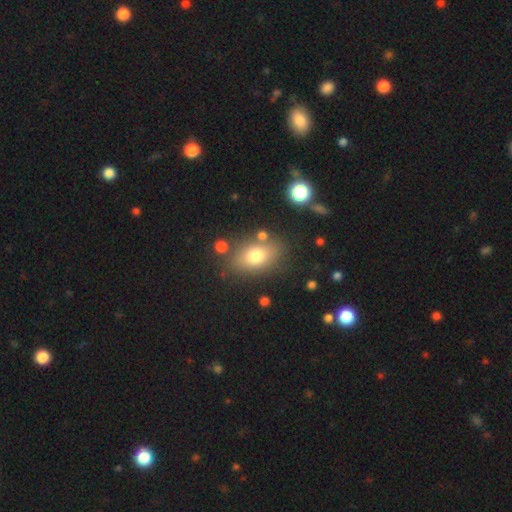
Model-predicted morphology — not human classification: This appears to be a smooth galaxy with no disk features (74%) that is in between round and cigar-shaped (77%). Merging: none (76%).